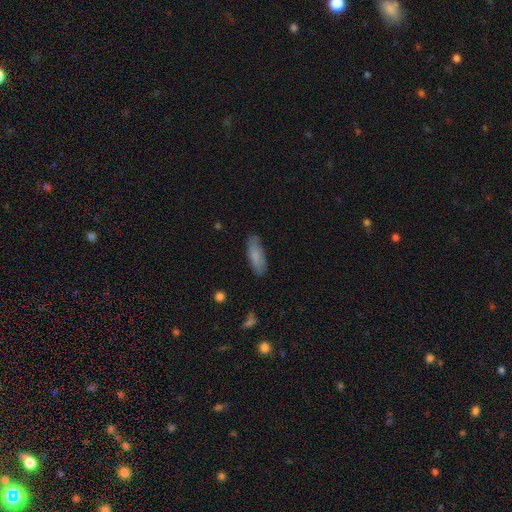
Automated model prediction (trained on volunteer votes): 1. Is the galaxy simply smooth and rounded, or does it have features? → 81% smooth, 13% featured or disk, 6% star or artifact.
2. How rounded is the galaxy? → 55% in between, 43% cigar-shaped, 2% round.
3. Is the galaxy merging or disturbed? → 81% none, 15% minor disturbance, 3% major disturbance, 1% merger.